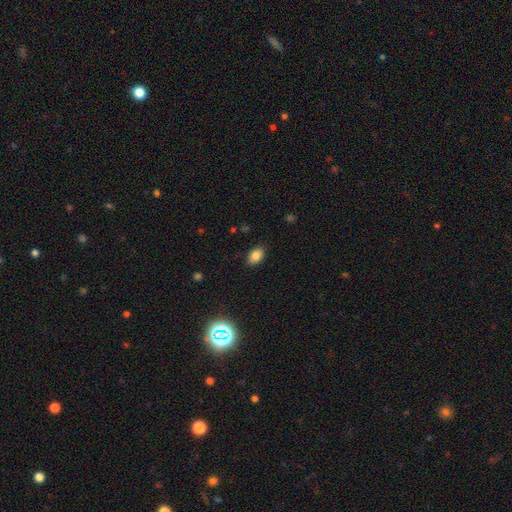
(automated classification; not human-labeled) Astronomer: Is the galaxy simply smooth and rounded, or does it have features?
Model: smooth — 82%.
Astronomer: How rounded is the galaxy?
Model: in between — 87%.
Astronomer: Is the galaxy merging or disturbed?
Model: none — 86%.